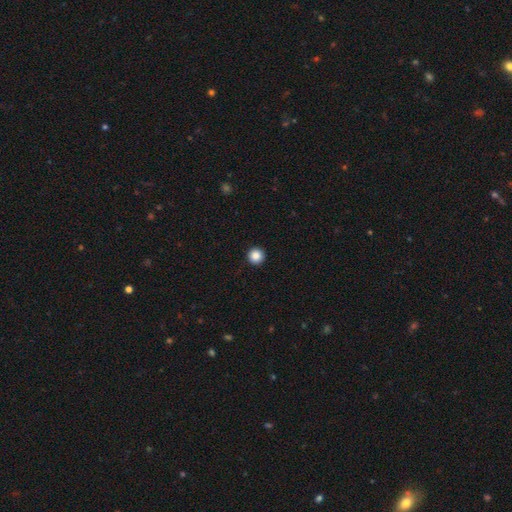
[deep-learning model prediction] Smooth or featured: smooth — 87% (star or artifact — 10%)
How rounded: round — 97% (in between — 2%)
Merging: none — 94% (minor disturbance — 4%)